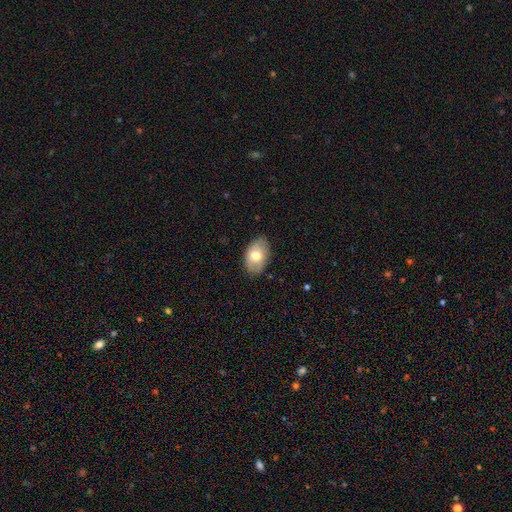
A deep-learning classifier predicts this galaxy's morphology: Smooth or featured? smooth (71%)
How rounded? in between (90%)
Merging? none (83%)